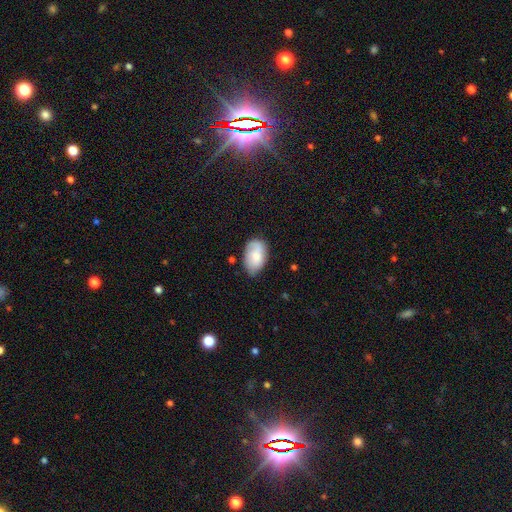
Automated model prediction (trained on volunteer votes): A smooth galaxy with no disk features (69%) that is in between round and cigar-shaped (91%).

Vote fractions:
- Smooth or featured? smooth: 69% / featured or disk: 24% / star or artifact: 7%
- How rounded? in between: 91% / round: 7% / cigar-shaped: 1%
- Merging? none: 60% / minor disturbance: 29% / major disturbance: 7% / merger: 3%